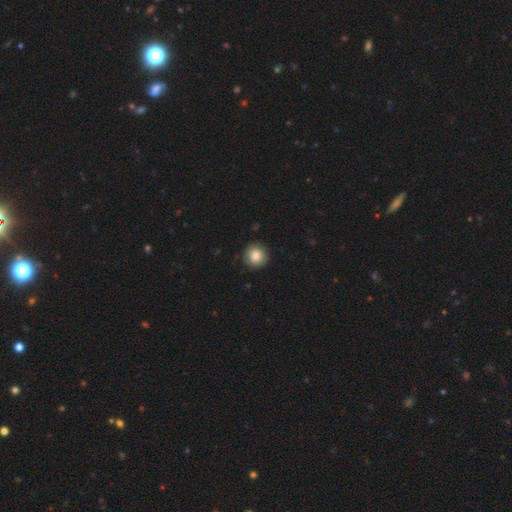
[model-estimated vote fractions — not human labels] Smooth or featured: smooth — 85% (star or artifact — 8%)
How rounded: round — 94% (in between — 5%)
Merging: none — 88% (minor disturbance — 9%)